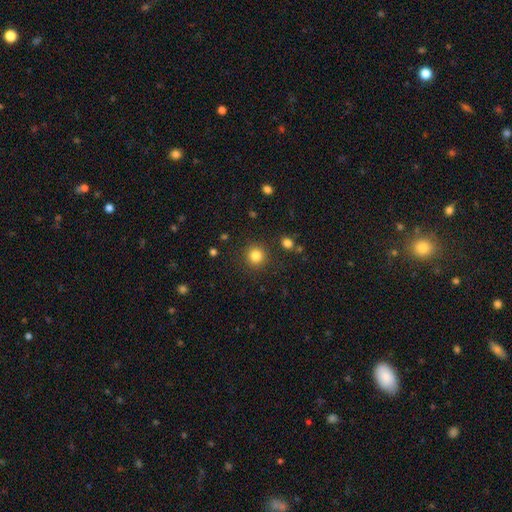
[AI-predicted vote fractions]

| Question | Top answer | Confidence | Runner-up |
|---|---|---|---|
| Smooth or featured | smooth | 83% | star or artifact (12%) |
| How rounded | round | 93% | in between (6%) |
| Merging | none | 89% | minor disturbance (6%) |